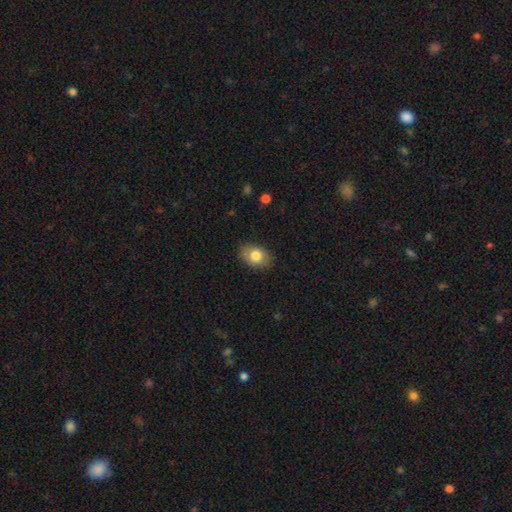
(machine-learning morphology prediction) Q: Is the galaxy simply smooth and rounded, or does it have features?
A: smooth — 80%.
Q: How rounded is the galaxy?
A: in between — 83%.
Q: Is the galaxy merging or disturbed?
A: none — 86%.